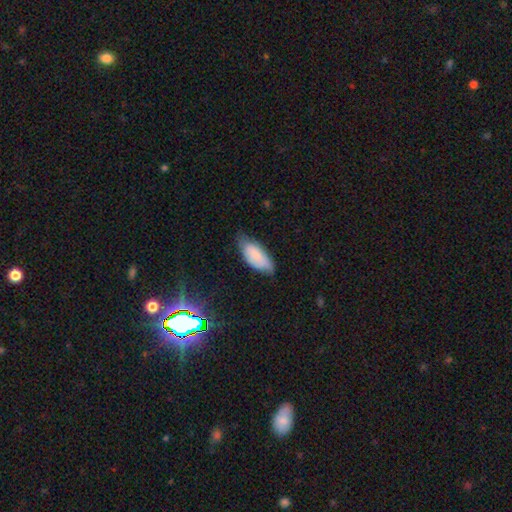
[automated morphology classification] A smooth galaxy with no disk features (77%) that is in between round and cigar-shaped (89%).

Vote fractions:
- Smooth or featured? smooth: 77% / featured or disk: 15% / star or artifact: 7%
- How rounded? in between: 89% / cigar-shaped: 9% / round: 2%
- Merging? none: 55% / minor disturbance: 36% / major disturbance: 7% / merger: 2%